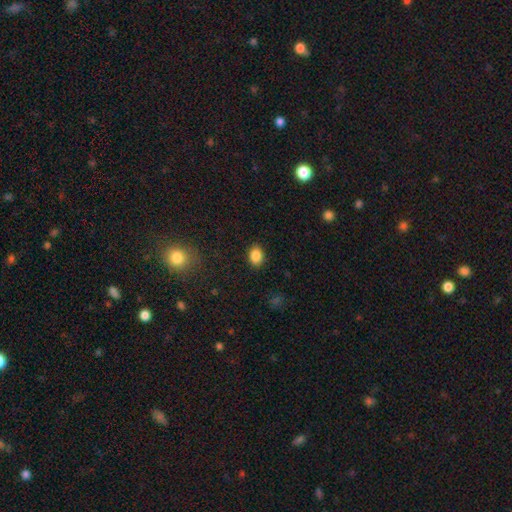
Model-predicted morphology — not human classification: A smooth galaxy with no disk features (87%) that is in between round and cigar-shaped (65%).

Vote fractions:
- Smooth or featured? smooth: 87% / star or artifact: 9% / featured or disk: 4%
- How rounded? in between: 65% / round: 34% / cigar-shaped: 1%
- Merging? none: 89% / minor disturbance: 8% / major disturbance: 2% / merger: 1%